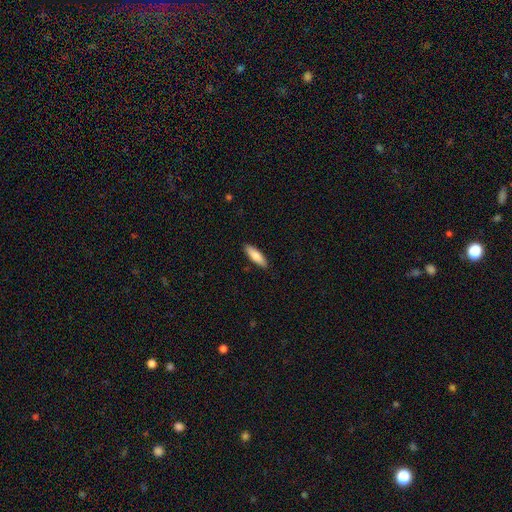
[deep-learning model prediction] smooth_or_featured: smooth (p=0.82) [alt: featured or disk p=0.13]
how_rounded: cigar-shaped (p=0.55) [alt: in between p=0.44]
merging: none (p=0.89) [alt: minor disturbance p=0.08]